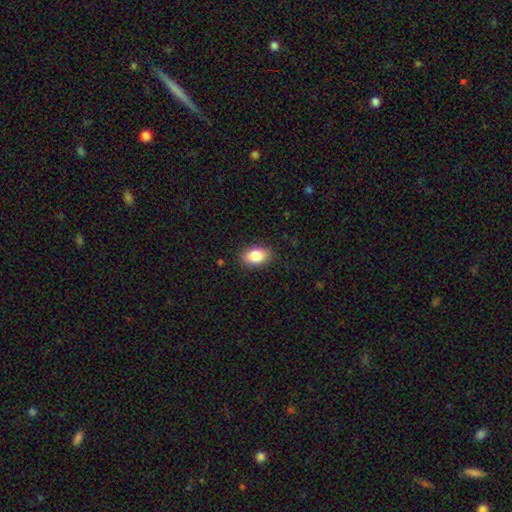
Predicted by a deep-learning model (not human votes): Smooth or featured?
  - smooth: 86% *
  - star or artifact: 8%
  - featured or disk: 7%
How rounded?
  - in between: 87% *
  - round: 11%
  - cigar-shaped: 2%
Merging?
  - none: 87% *
  - minor disturbance: 10%
  - major disturbance: 2%
  - merger: 1%